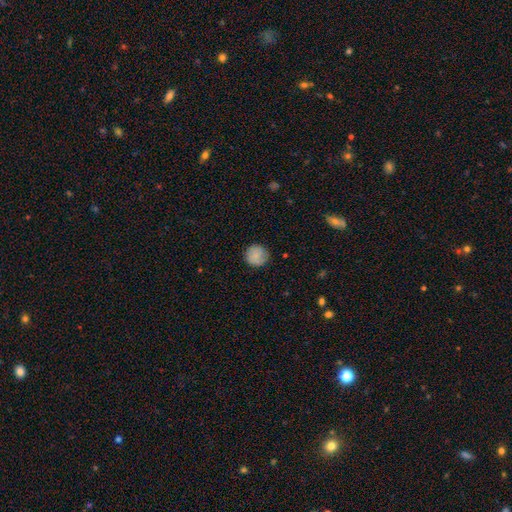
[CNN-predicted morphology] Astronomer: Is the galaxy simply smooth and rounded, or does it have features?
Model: smooth — 86%.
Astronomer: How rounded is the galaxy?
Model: round — 93%.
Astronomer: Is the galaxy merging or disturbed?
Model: none — 85%.